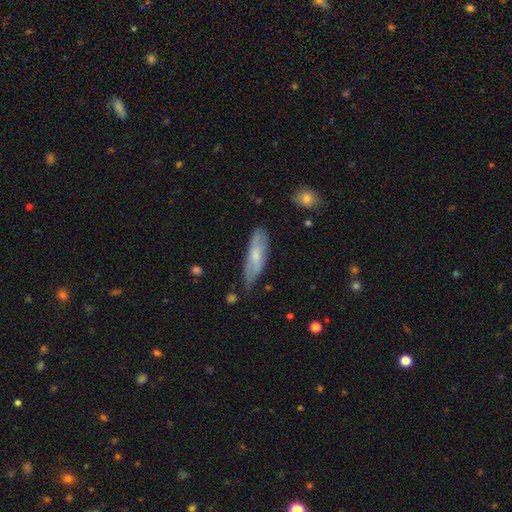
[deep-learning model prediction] Smooth or featured: smooth — 57% (featured or disk — 37%)
How rounded: cigar-shaped — 53% (in between — 45%)
Merging: none — 69% (minor disturbance — 25%)